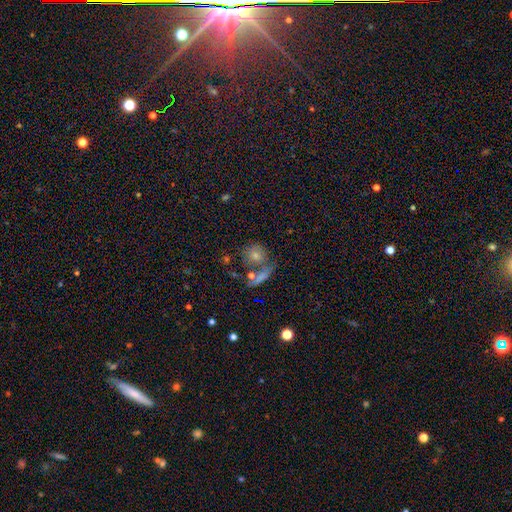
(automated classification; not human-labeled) Q: Smooth or featured?
A: star or artifact (43%); runner-up: smooth (35%)